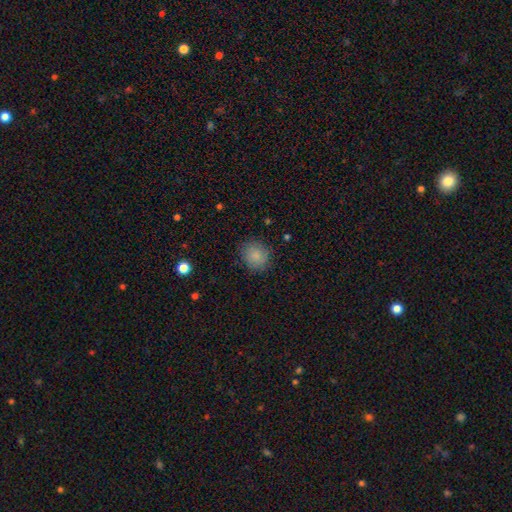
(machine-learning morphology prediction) smooth_or_featured: smooth (p=0.83) [alt: featured or disk p=0.09]
how_rounded: round (p=0.82) [alt: in between p=0.17]
merging: none (p=0.83) [alt: minor disturbance p=0.13]